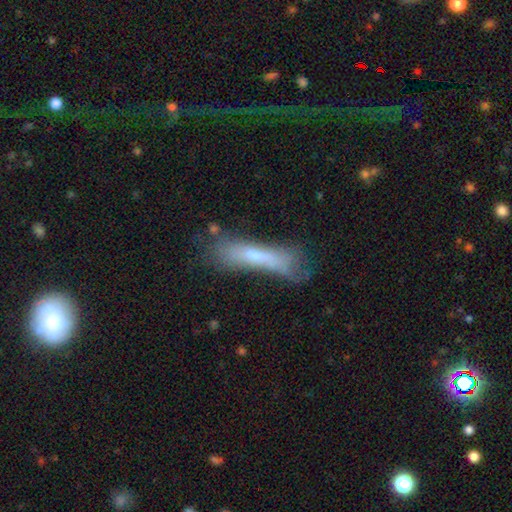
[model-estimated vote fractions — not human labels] A smooth galaxy with no disk features (56%) that is cigar-shaped (78%). Merging: none (42%).